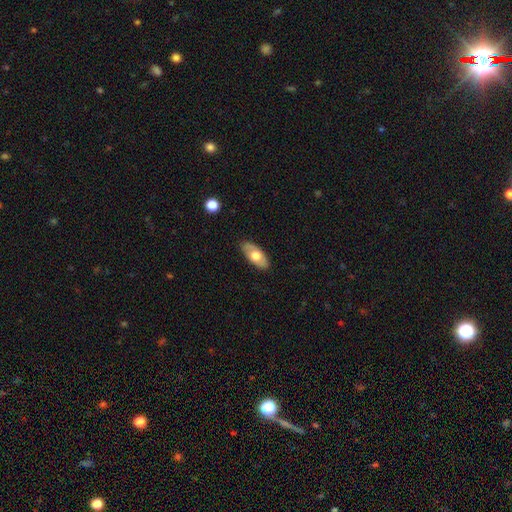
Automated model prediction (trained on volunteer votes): A smooth galaxy with no disk features (59%) that is in between round and cigar-shaped (90%).

Vote fractions:
- Smooth or featured? smooth: 59% / featured or disk: 36% / star or artifact: 5%
- How rounded? in between: 90% / cigar-shaped: 7% / round: 3%
- Merging? none: 84% / minor disturbance: 12% / major disturbance: 2% / merger: 1%